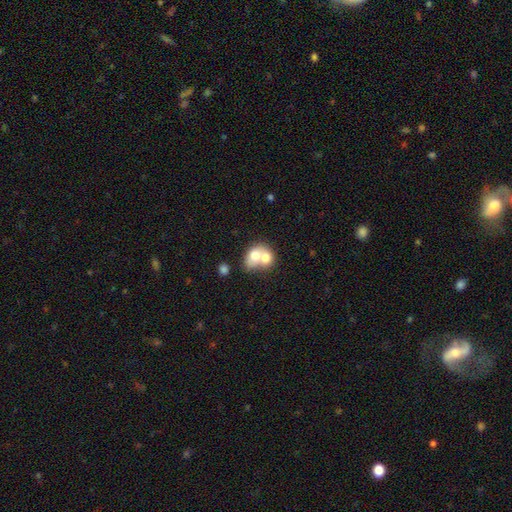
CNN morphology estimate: A smooth galaxy with no disk features (67%) that is in between round and cigar-shaped (57%).

Vote fractions:
- Smooth or featured? smooth: 67% / featured or disk: 25% / star or artifact: 8%
- How rounded? in between: 57% / round: 42% / cigar-shaped: 1%
- Merging? merger: 73% / none: 17% / minor disturbance: 6% / major disturbance: 4%